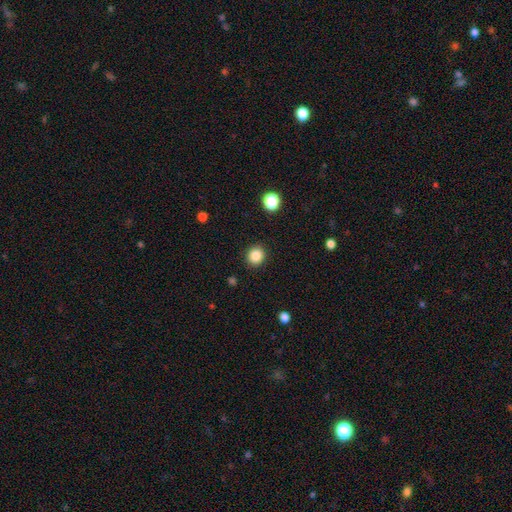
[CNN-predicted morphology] Q: Smooth or featured?
A: smooth (86%); runner-up: star or artifact (10%)
Q: How rounded?
A: round (85%); runner-up: in between (14%)
Q: Merging?
A: none (91%); runner-up: minor disturbance (6%)